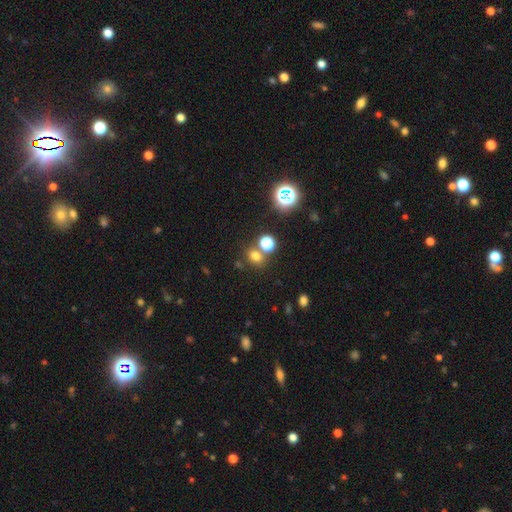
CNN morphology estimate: Smooth or featured? Predicted: smooth (p=0.67). How rounded? Predicted: round (p=0.67). Merging? Predicted: none (p=0.68).